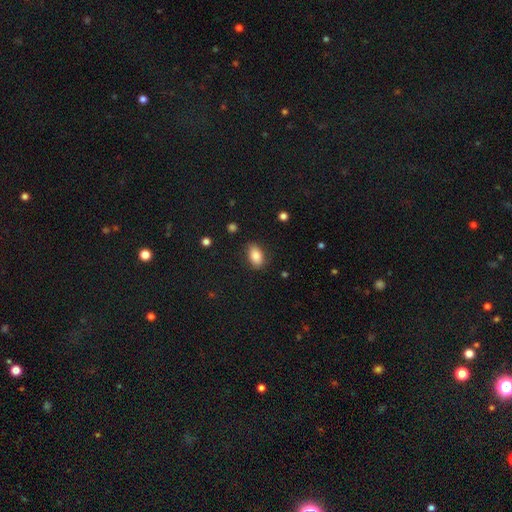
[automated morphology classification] smooth-or-featured: smooth: 85% | star or artifact: 8% | featured or disk: 7%
  how-rounded: in between: 90% | round: 8% | cigar-shaped: 2%
  merging: none: 82% | minor disturbance: 13% | major disturbance: 3% | merger: 1%